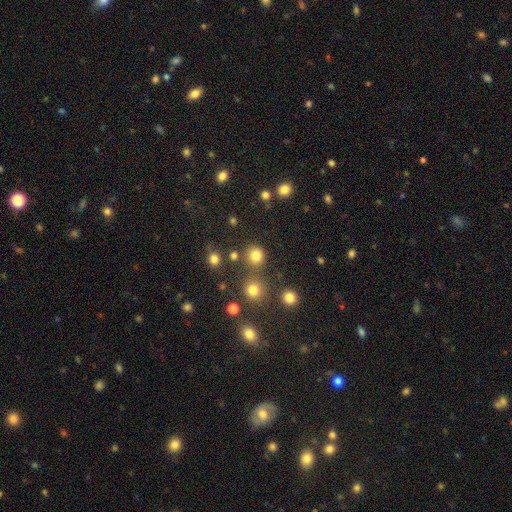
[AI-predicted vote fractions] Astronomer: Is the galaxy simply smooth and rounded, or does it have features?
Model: smooth — 80%.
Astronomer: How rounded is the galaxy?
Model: round — 92%.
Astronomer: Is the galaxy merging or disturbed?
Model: none — 79%.